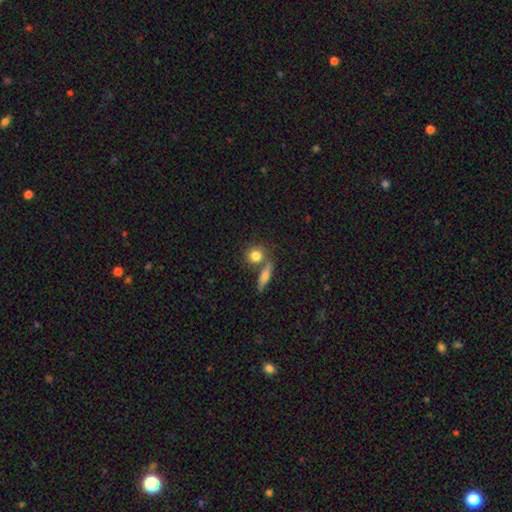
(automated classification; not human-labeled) smooth_or_featured: smooth (p=0.81) [alt: featured or disk p=0.10]
how_rounded: round (p=0.75) [alt: in between p=0.20]
merging: none (p=0.62) [alt: merger p=0.24]